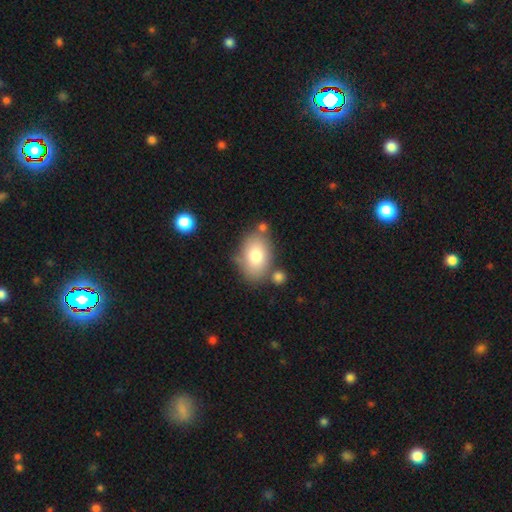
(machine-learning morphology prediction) type=smooth (78%); roundness=in between (85%); merging=none (68%).